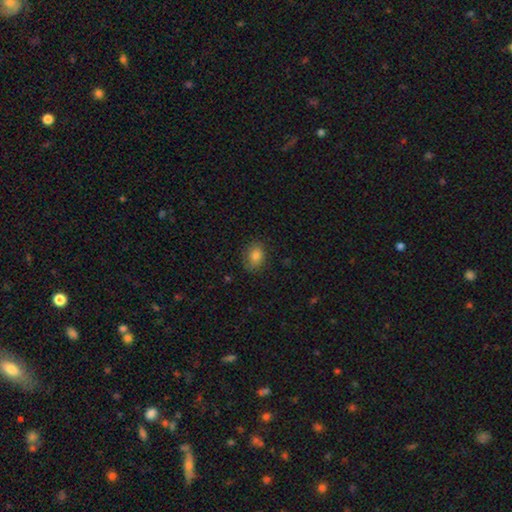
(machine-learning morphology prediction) Smooth or featured: smooth — 81% (star or artifact — 10%)
How rounded: in between — 71% (round — 28%)
Merging: none — 79% (minor disturbance — 16%)